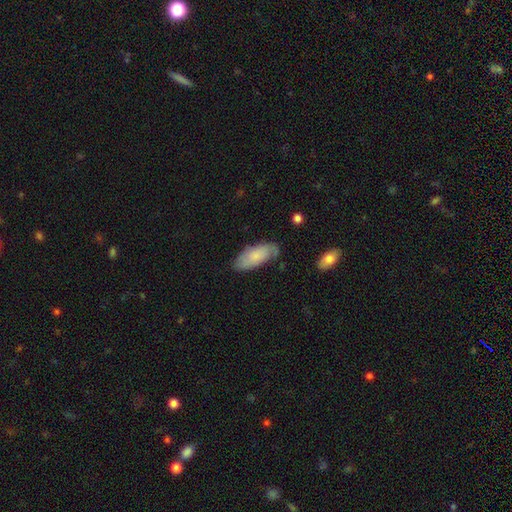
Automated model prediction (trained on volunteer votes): This is likely a smooth galaxy (68%). How rounded: clearly in between (85%). Merging: likely none (68%).